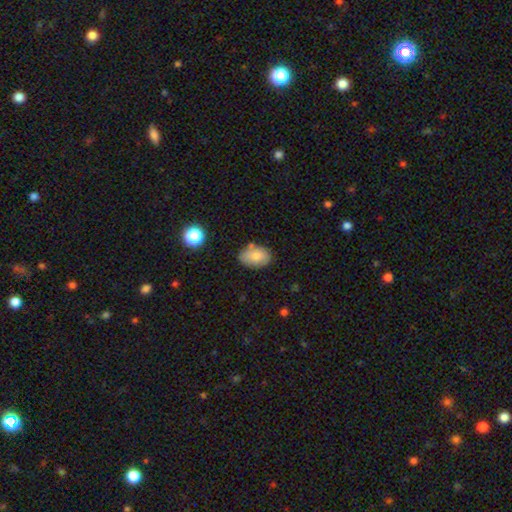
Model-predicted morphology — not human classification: smooth_or_featured: smooth (p=0.77) [alt: featured or disk p=0.14]
how_rounded: in between (p=0.85) [alt: round p=0.14]
merging: none (p=0.71) [alt: minor disturbance p=0.19]